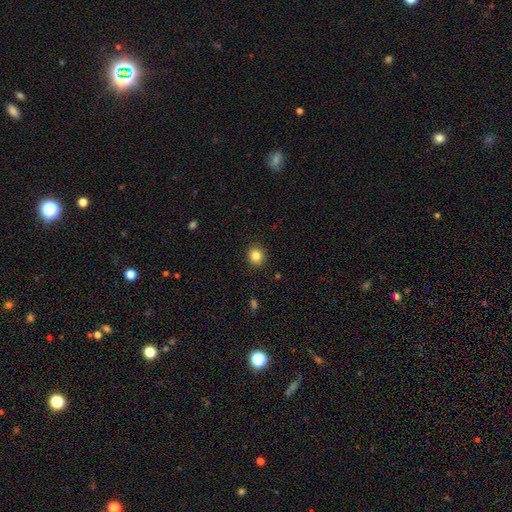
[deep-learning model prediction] Q: Smooth or featured?
A: smooth (84%); runner-up: star or artifact (10%)
Q: How rounded?
A: round (83%); runner-up: in between (16%)
Q: Merging?
A: none (91%); runner-up: minor disturbance (6%)